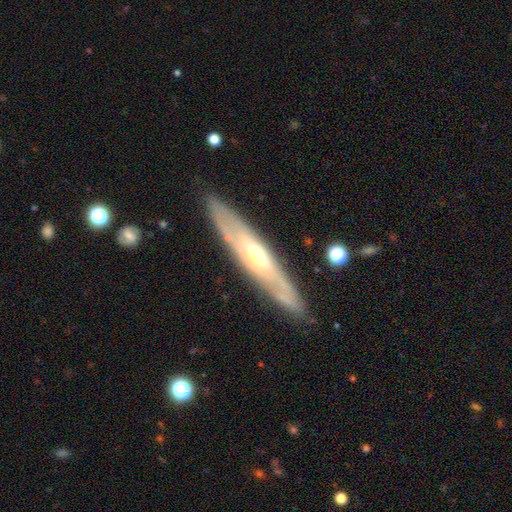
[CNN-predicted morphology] Q: Smooth or featured?
A: featured or disk (72%); runner-up: smooth (22%)
Q: Edge-on disk?
A: yes (62%); runner-up: no (38%)
Q: Merging?
A: none (86%); runner-up: minor disturbance (10%)